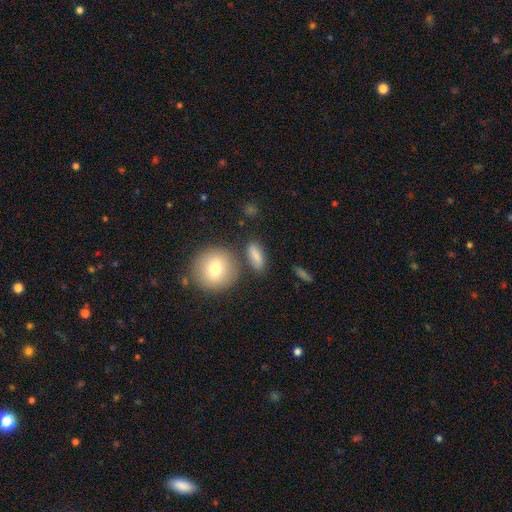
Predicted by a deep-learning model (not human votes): Smooth or featured? Predicted: smooth (p=0.81). How rounded? Predicted: in between (p=0.70). Merging? Predicted: none (p=0.73).